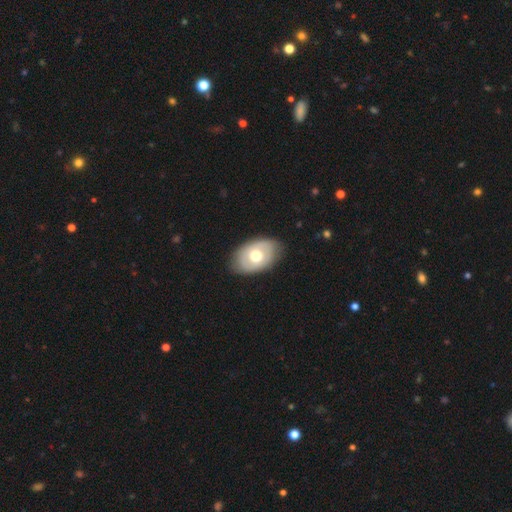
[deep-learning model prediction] Morphology: type=smooth (53%); roundness=in between (85%); merging=none (81%).